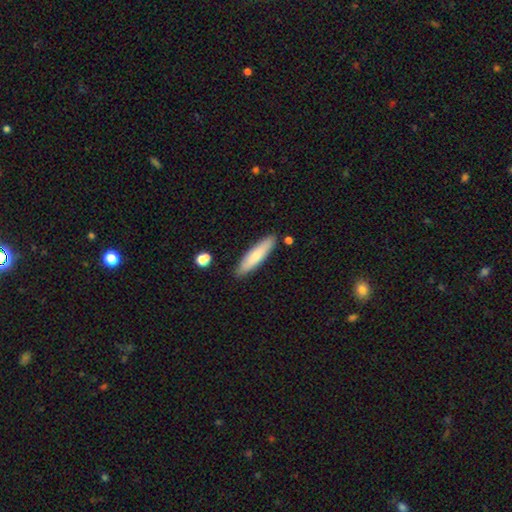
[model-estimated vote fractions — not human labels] Smooth or featured?
  - smooth: 72% *
  - featured or disk: 22%
  - star or artifact: 6%
How rounded?
  - cigar-shaped: 78% *
  - in between: 21%
  - round: 1%
Merging?
  - none: 87% *
  - minor disturbance: 9%
  - merger: 2%
  - major disturbance: 2%